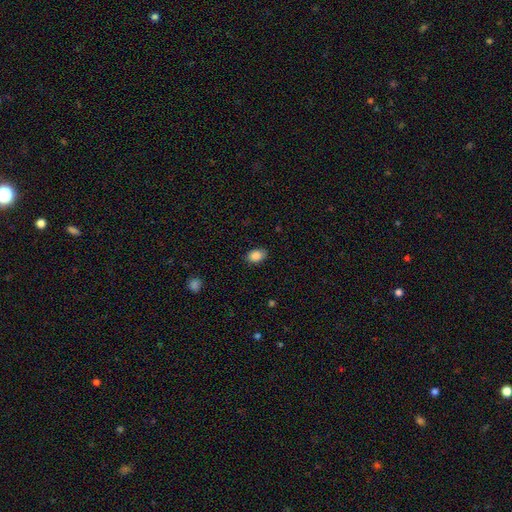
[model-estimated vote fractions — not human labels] Morphology: type=smooth (87%); roundness=in between (82%); merging=none (87%).